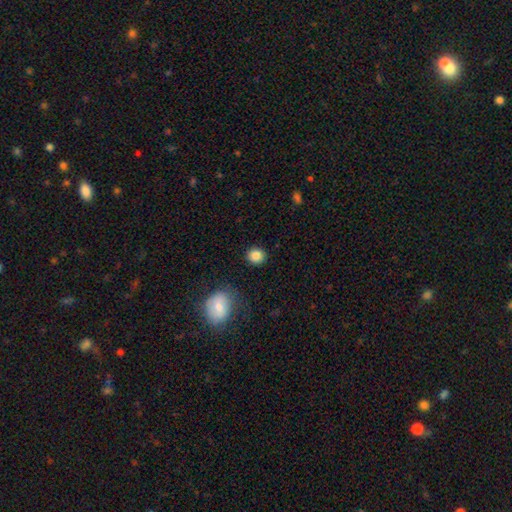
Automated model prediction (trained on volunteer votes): smooth 86%, star or artifact 9%, featured or disk 5%. Down the decision tree: how rounded — round (85%); merging — none (89%).